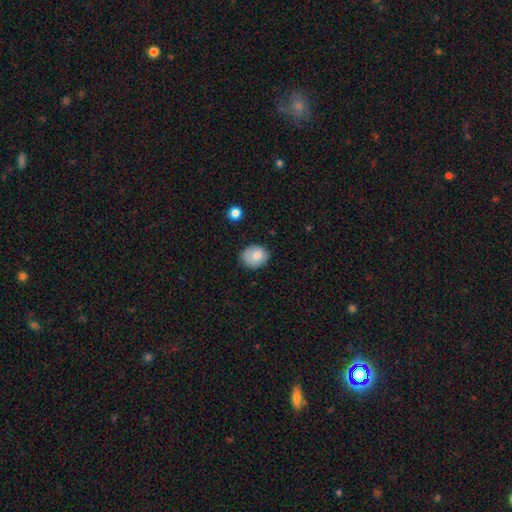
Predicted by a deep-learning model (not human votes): A smooth galaxy with no disk features (80%) that is round (51%). Merging: none (74%).